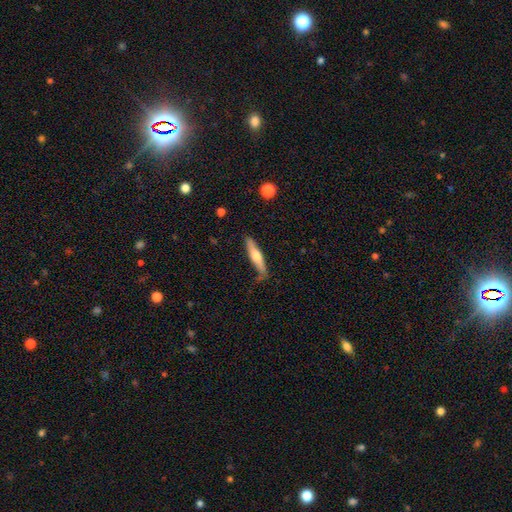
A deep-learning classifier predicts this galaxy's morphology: A smooth galaxy with no disk features (52%) that is cigar-shaped (85%). Merging: none (77%).